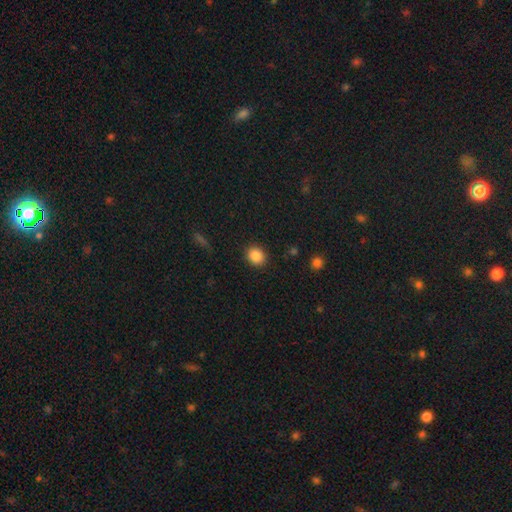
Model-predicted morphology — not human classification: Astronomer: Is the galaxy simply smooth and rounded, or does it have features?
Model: smooth — 87%.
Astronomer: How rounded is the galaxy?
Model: round — 72%.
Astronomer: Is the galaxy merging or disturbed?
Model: none — 89%.